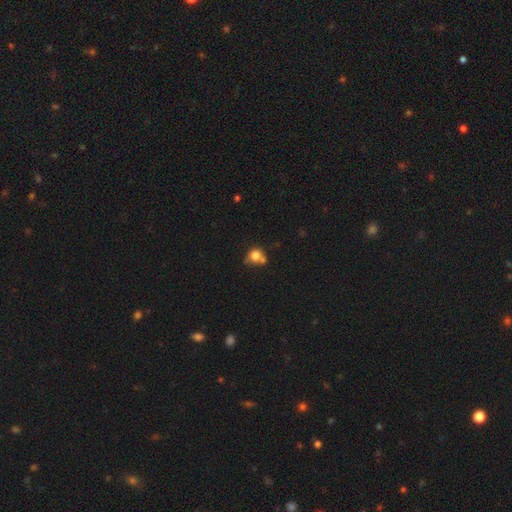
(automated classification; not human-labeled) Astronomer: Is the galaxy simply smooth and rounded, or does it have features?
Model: smooth — 77%.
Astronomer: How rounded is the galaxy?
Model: round — 81%.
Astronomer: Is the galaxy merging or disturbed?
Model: none — 47% (runner-up: merger, 30%).